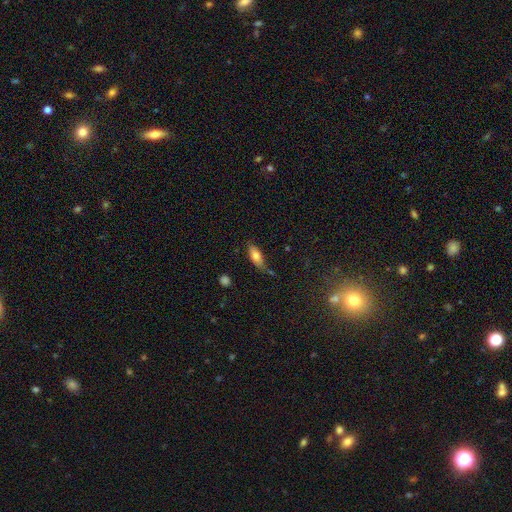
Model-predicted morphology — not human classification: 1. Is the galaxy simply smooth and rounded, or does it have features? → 76% smooth, 16% featured or disk, 8% star or artifact.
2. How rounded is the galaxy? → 72% in between, 25% cigar-shaped, 3% round.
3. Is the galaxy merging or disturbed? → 60% none, 28% minor disturbance, 7% major disturbance, 6% merger.